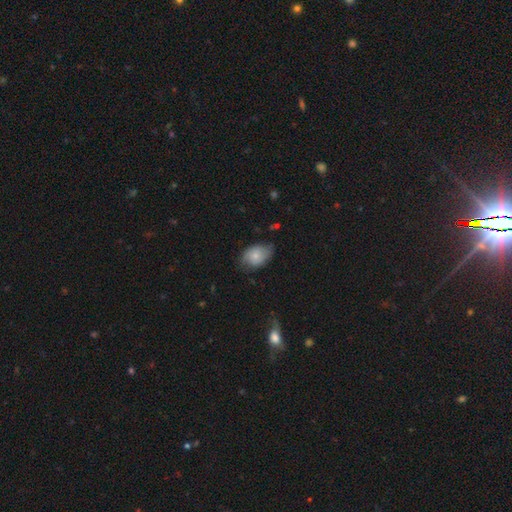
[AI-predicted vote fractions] smooth 70%, featured or disk 23%, star or artifact 7%. Down the decision tree: how rounded — in between (82%); merging — none (60%).